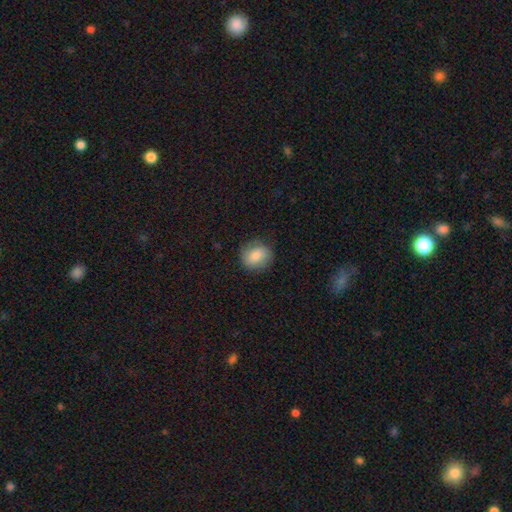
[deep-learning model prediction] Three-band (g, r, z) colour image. It shows a smooth galaxy with no disk features (80%) that is round (74%). Merging: none (83%).